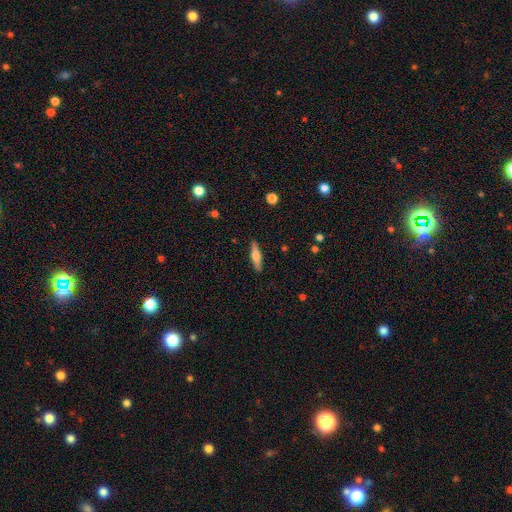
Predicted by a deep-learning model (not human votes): Smooth or featured?
  - smooth: 48% *
  - featured or disk: 46%
  - star or artifact: 6%
Merging?
  - none: 89% *
  - minor disturbance: 8%
  - major disturbance: 2%
  - merger: 1%